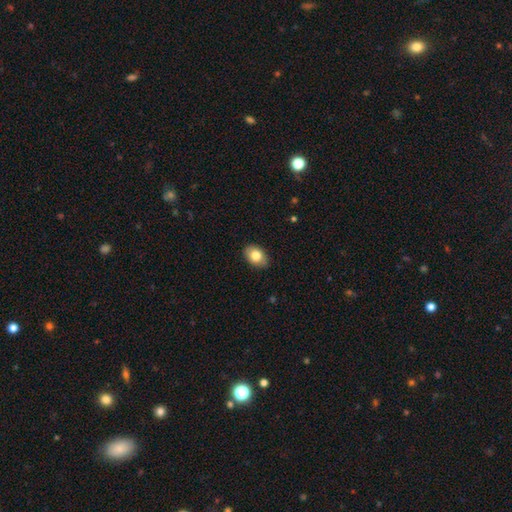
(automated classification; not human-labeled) Smooth or featured: smooth — 81% (featured or disk — 11%)
How rounded: in between — 82% (round — 17%)
Merging: none — 86% (minor disturbance — 11%)